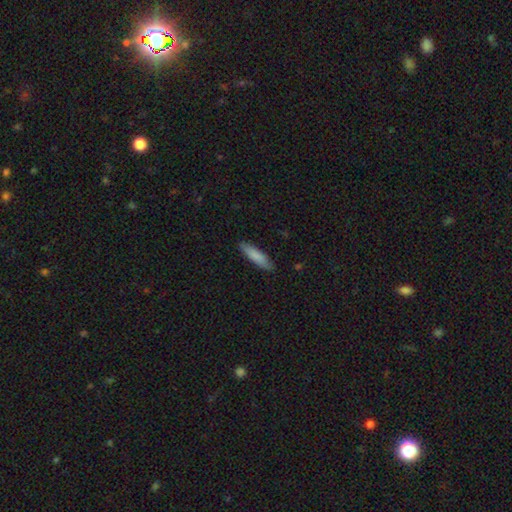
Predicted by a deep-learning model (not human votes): This is clearly a smooth galaxy (85%). How rounded: likely cigar-shaped (73%). Merging: clearly none (88%).